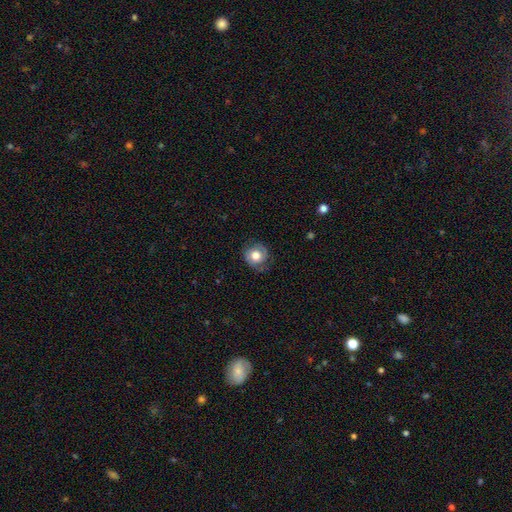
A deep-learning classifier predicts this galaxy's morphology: This appears to be a smooth galaxy with no disk features (64%) that is round (86%). Merging: none (74%).